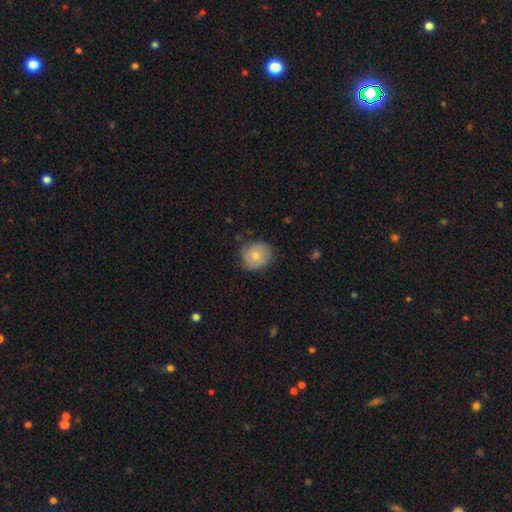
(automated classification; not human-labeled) A smooth galaxy with no disk features (72%) that is round (85%).

Vote fractions:
- Smooth or featured? smooth: 72% / featured or disk: 21% / star or artifact: 7%
- How rounded? round: 85% / in between: 14% / cigar-shaped: 1%
- Merging? none: 76% / minor disturbance: 19% / major disturbance: 4% / merger: 1%